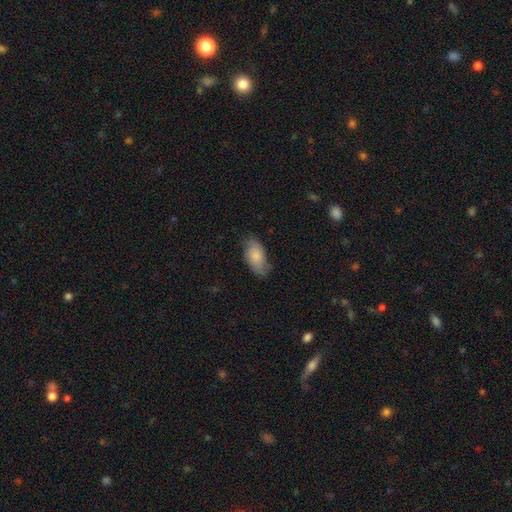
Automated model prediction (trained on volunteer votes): smooth-or-featured: smooth: 79% | featured or disk: 15% | star or artifact: 6%
  how-rounded: in between: 93% | cigar-shaped: 4% | round: 3%
  merging: none: 70% | minor disturbance: 23% | major disturbance: 5% | merger: 1%